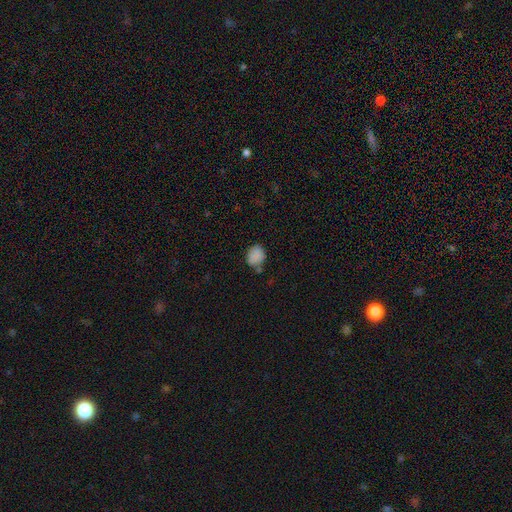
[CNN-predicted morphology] Overall: smooth (85%). How rounded: round (51%; in between 48%). Merging: none (64%).